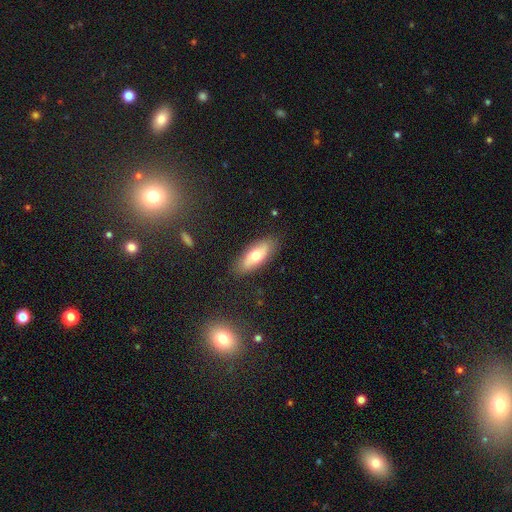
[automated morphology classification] Smooth or featured?
  - smooth: 62% *
  - featured or disk: 32%
  - star or artifact: 7%
How rounded?
  - in between: 75% *
  - cigar-shaped: 22%
  - round: 3%
Merging?
  - none: 85% *
  - minor disturbance: 11%
  - major disturbance: 3%
  - merger: 1%